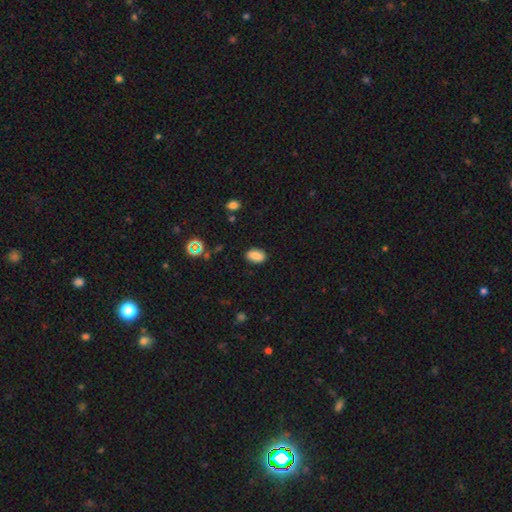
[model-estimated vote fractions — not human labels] The model was most divided on "smooth or featured": smooth: 83%, star or artifact: 11%, featured or disk: 6%. More confident: how rounded — in between (89%); merging — none (87%).